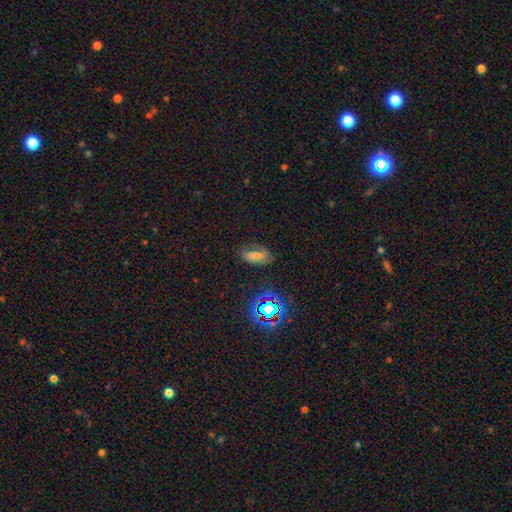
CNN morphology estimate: smooth 48%, featured or disk 30%, star or artifact 22%. Down the decision tree: merging — none (61%).